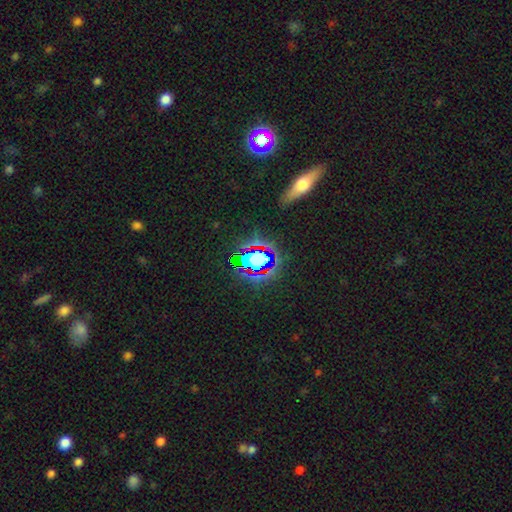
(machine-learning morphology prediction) smooth-or-featured: star or artifact: 62% | smooth: 24% | featured or disk: 14%